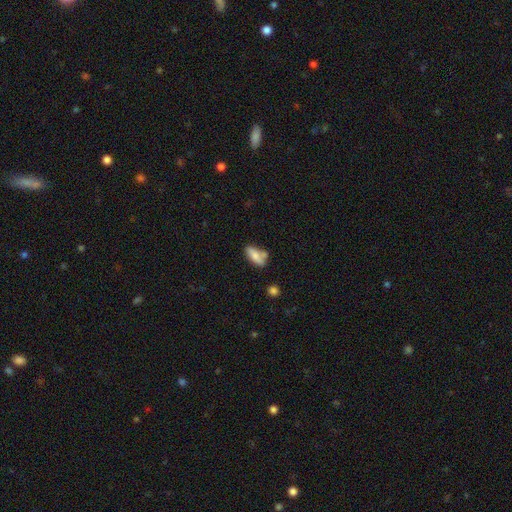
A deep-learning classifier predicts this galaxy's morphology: A smooth galaxy with no disk features (72%) that is in between round and cigar-shaped (76%).

Vote fractions:
- Smooth or featured? smooth: 72% / featured or disk: 21% / star or artifact: 7%
- How rounded? in between: 76% / cigar-shaped: 21% / round: 3%
- Merging? none: 53% / minor disturbance: 22% / merger: 19% / major disturbance: 6%